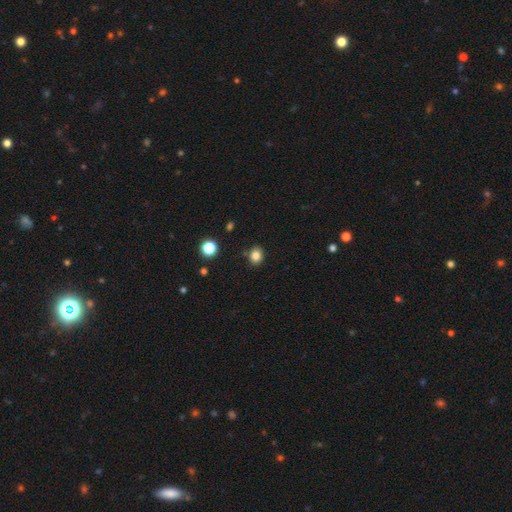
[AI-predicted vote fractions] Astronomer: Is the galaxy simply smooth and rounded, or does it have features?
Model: smooth — 83%.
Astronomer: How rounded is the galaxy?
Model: round — 68%.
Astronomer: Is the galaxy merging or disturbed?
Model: none — 84%.